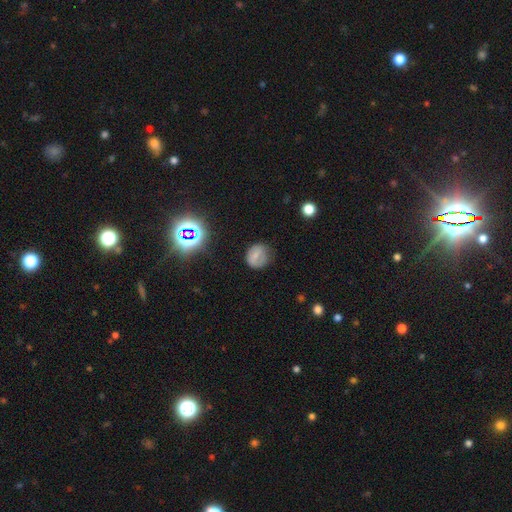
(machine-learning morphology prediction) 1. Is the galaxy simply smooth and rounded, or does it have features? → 61% smooth, 23% featured or disk, 16% star or artifact.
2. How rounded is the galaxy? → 76% round, 23% in between, 1% cigar-shaped.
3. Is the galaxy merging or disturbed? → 65% none, 23% minor disturbance, 10% major disturbance, 2% merger.